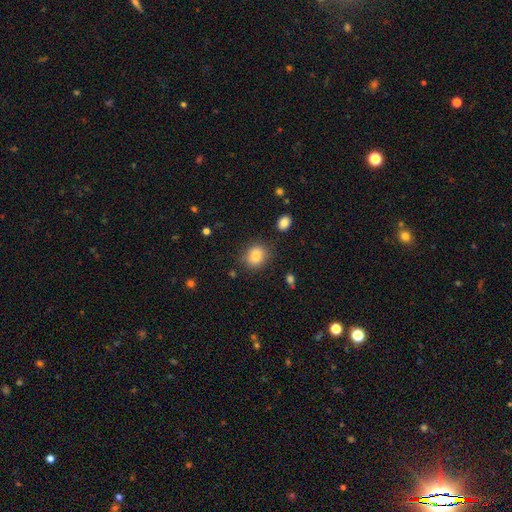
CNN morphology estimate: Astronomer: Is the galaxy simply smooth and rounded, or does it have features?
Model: smooth — 82%.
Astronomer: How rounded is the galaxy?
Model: round — 68%.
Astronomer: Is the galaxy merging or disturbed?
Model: none — 81%.